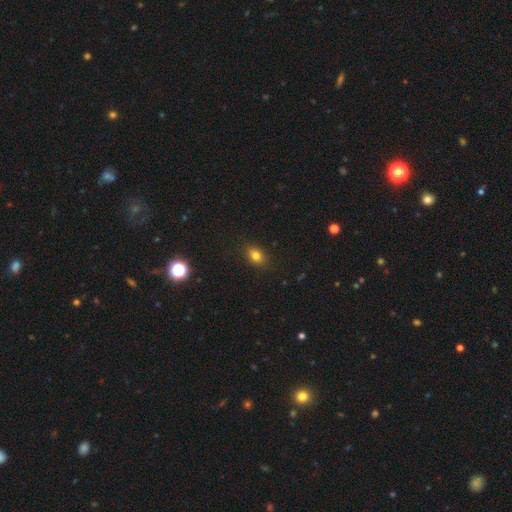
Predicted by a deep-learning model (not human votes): smooth-or-featured: smooth: 79% | star or artifact: 13% | featured or disk: 8%
  how-rounded: in between: 67% | round: 31% | cigar-shaped: 2%
  merging: none: 85% | minor disturbance: 11% | major disturbance: 3% | merger: 1%